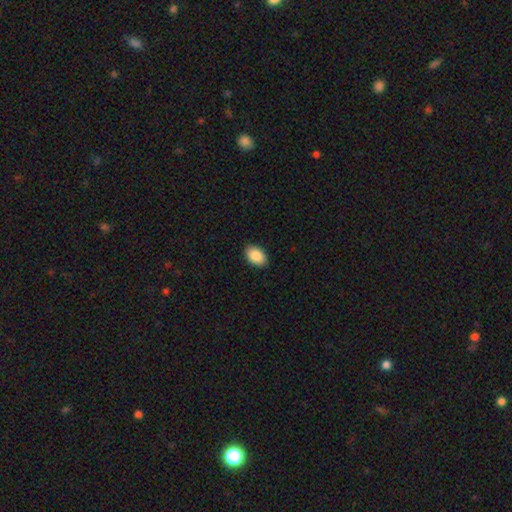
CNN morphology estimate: Q: Smooth or featured?
A: smooth (89%); runner-up: star or artifact (7%)
Q: How rounded?
A: in between (89%); runner-up: round (10%)
Q: Merging?
A: none (90%); runner-up: minor disturbance (8%)